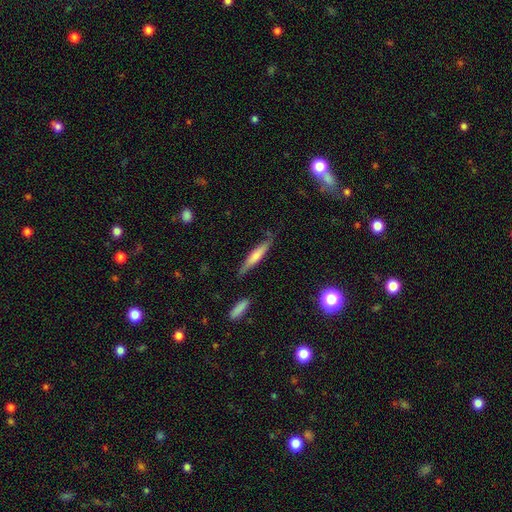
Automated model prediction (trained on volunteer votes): A smooth galaxy with no disk features (47%). Merging: none (80%).